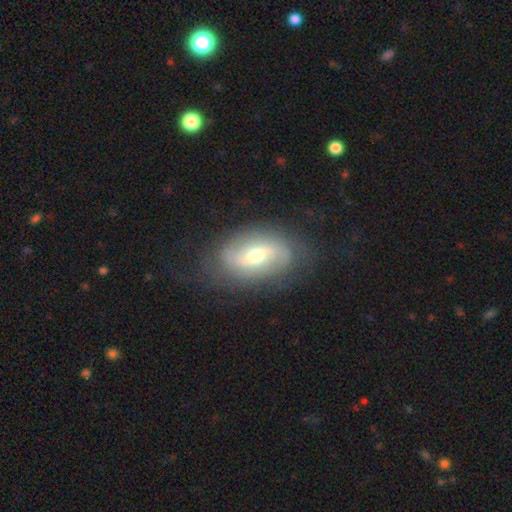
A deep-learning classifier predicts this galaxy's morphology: A featured or disk galaxy (73%) with a weak bar (44%), 2 (76%) loose (38%) spiral arms (85%) and a moderate central bulge (67%).

Vote fractions:
- Smooth or featured? featured or disk: 73% / smooth: 19% / star or artifact: 7%
- Edge-on disk? no: 94% / yes: 6%
- Bar? weak: 44% / no: 31% / strong: 25%
- Spiral arms? yes: 85% / no: 15%
- Spiral winding? loose: 38% / medium: 37% / tight: 26%
- Spiral arm count? 2: 76% / can't tell: 14% / 3: 3% / 1: 3% / 4: 2% / more than 4: 2%
- Bulge size? moderate: 67% / small: 24% / large: 6% / dominant: 1% / none: 1%
- Merging? none: 76% / minor disturbance: 15% / major disturbance: 7% / merger: 1%